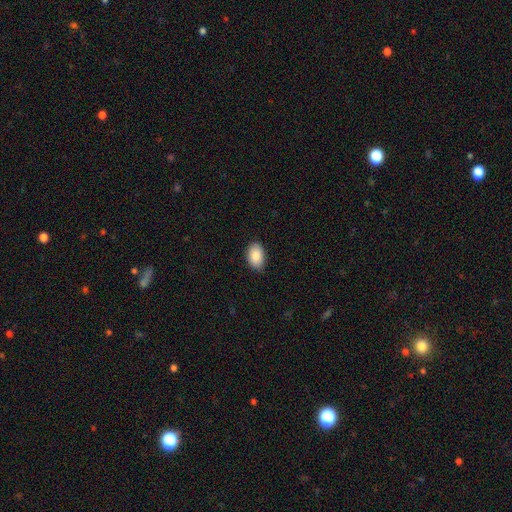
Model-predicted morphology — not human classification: Overall: smooth (87%). How rounded: in between (90%). Merging: none (85%).